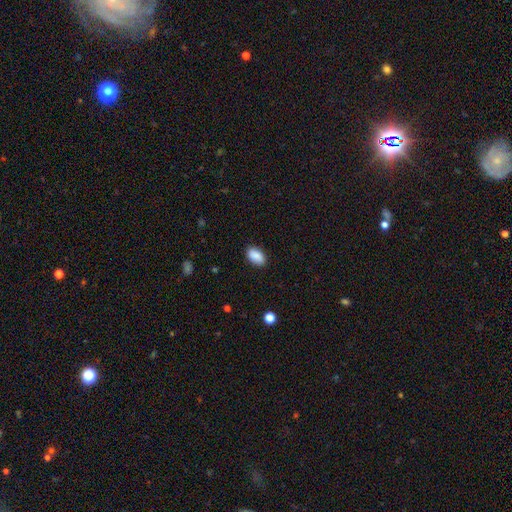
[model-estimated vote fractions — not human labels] smooth 89%, star or artifact 7%, featured or disk 4%. Down the decision tree: how rounded — in between (93%); merging — none (87%).